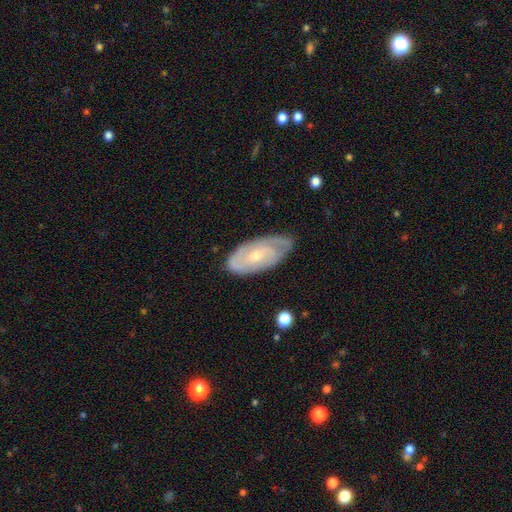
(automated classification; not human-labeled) This appears to be a featured or disk galaxy (71%) with no bar (62%), 2 (44%) tight (60%) spiral arms (87%) and a small central bulge (62%). Merging: none (69%).